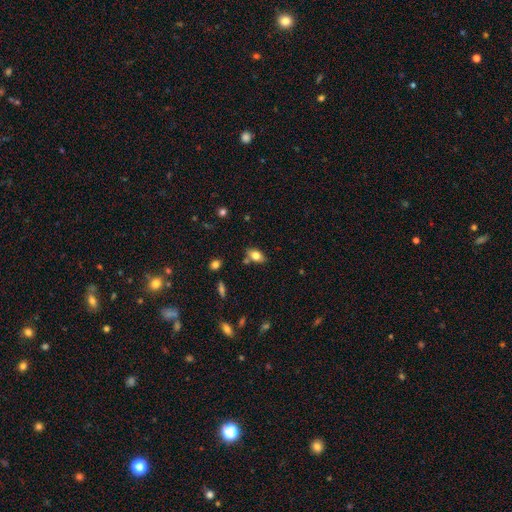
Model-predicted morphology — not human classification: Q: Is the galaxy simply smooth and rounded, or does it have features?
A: smooth — 77%.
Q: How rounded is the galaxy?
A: in between — 87%.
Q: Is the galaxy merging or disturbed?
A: none — 73%.